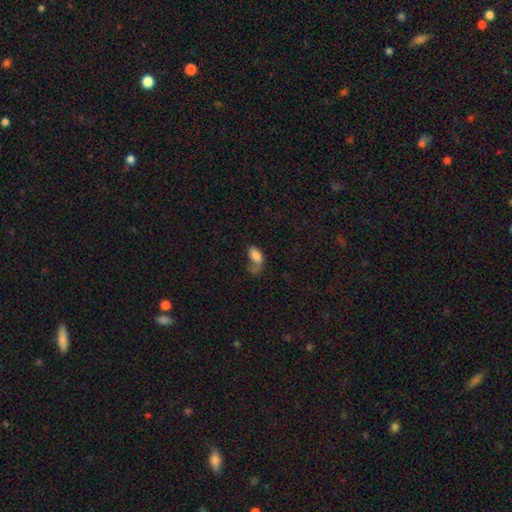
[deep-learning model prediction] Smooth or featured?
  - smooth: 77% *
  - featured or disk: 14%
  - star or artifact: 9%
How rounded?
  - in between: 91% *
  - round: 5%
  - cigar-shaped: 3%
Merging?
  - major disturbance: 37% *
  - none: 27%
  - minor disturbance: 21%
  - merger: 15%